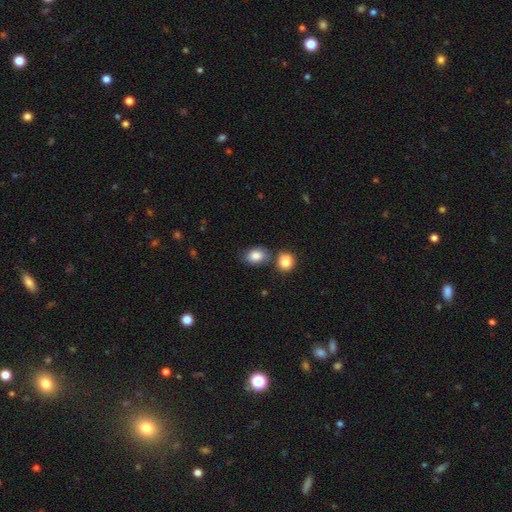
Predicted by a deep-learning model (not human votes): This appears to be a smooth galaxy with no disk features (85%) that is in between round and cigar-shaped (74%). Merging: none (60%).